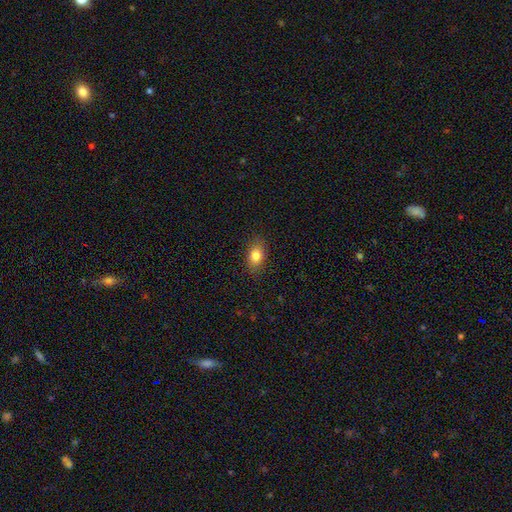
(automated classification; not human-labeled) The model was most divided on "how rounded": in between: 79%, round: 18%, cigar-shaped: 2%. More confident: merging — none (86%); smooth or featured — smooth (81%).